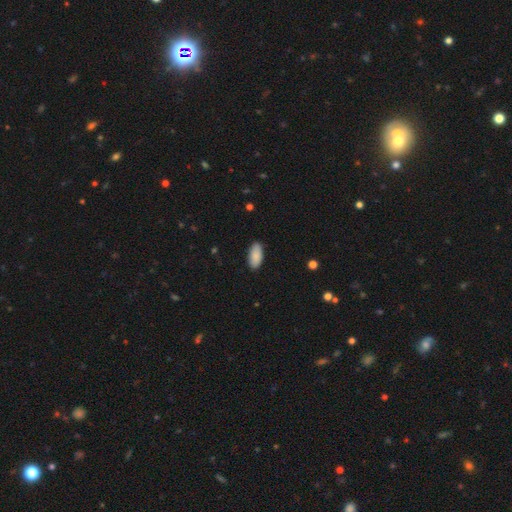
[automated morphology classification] Overall: smooth (88%). How rounded: in between (92%). Merging: none (88%).